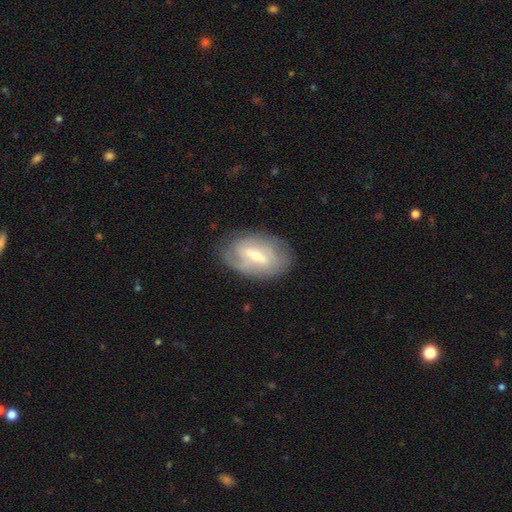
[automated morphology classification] featured or disk 70%, smooth 23%, star or artifact 7%. Down the decision tree: edge-on disk — no (91%); bar — strong (44%); spiral arms — yes (72%); bulge size — small (52%); merging — none (75%).